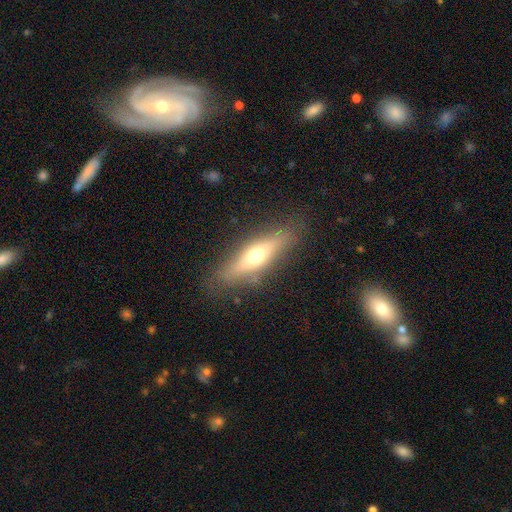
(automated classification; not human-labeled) This appears to be a featured or disk galaxy (48%). Merging: none (84%).